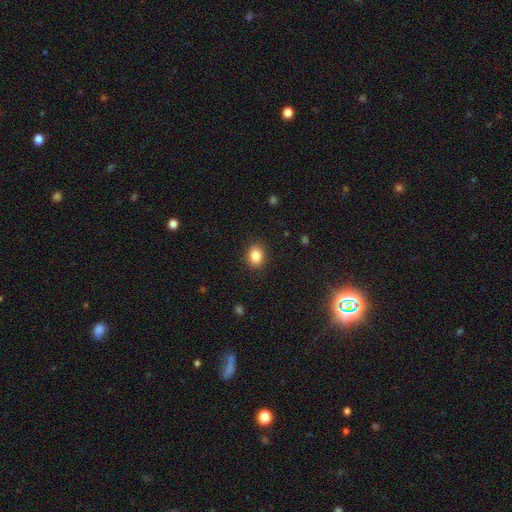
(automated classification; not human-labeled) Smooth or featured? smooth (85%)
How rounded? round (54%)
Merging? none (90%)